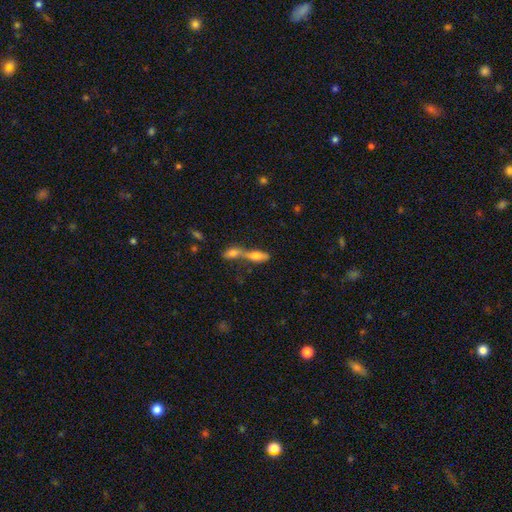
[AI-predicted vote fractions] Smooth or featured?
  - smooth: 62% *
  - featured or disk: 27%
  - star or artifact: 10%
How rounded?
  - in between: 57% *
  - cigar-shaped: 39%
  - round: 5%
Merging?
  - merger: 71% *
  - none: 18%
  - minor disturbance: 6%
  - major disturbance: 5%